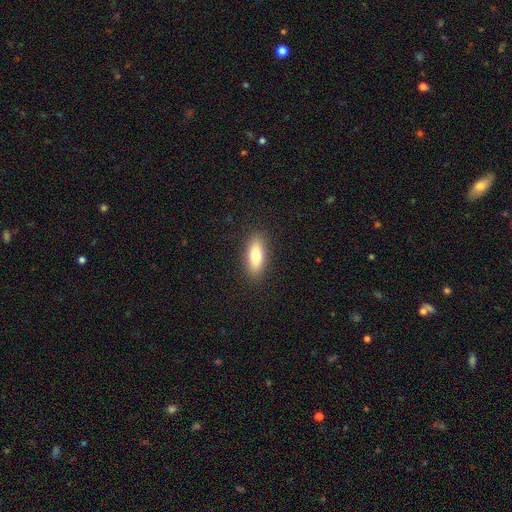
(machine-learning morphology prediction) Smooth or featured: smooth — 78% (featured or disk — 16%)
How rounded: in between — 65% (cigar-shaped — 33%)
Merging: none — 89% (minor disturbance — 8%)